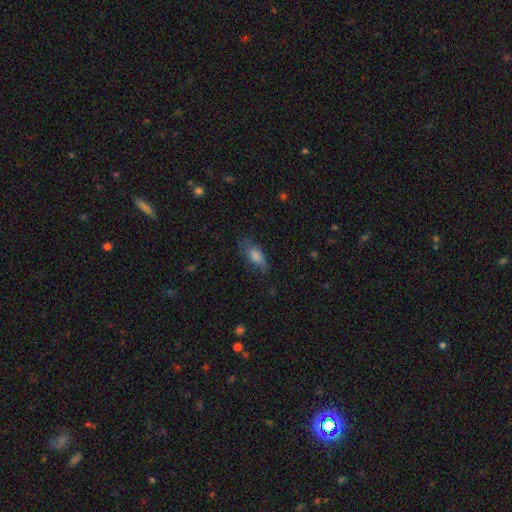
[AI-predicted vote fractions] Smooth or featured: smooth — 70% (featured or disk — 20%)
How rounded: in between — 79% (cigar-shaped — 16%)
Merging: none — 63% (minor disturbance — 25%)